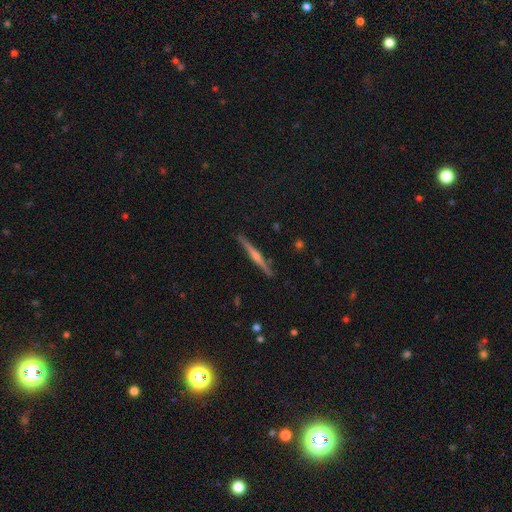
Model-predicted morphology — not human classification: smooth_or_featured: featured or disk (p=0.75) [alt: smooth p=0.19]
disk_edge_on: yes (p=0.98) [alt: no p=0.02]
edge_on_bulge: rounded (p=0.74) [alt: none p=0.16]
merging: none (p=0.91) [alt: minor disturbance p=0.07]